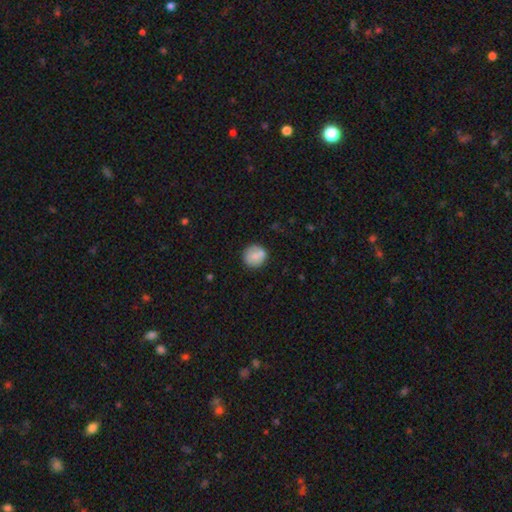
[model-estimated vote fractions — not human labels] Q: Smooth or featured?
A: smooth (79%); runner-up: featured or disk (14%)
Q: How rounded?
A: round (90%); runner-up: in between (9%)
Q: Merging?
A: none (77%); runner-up: minor disturbance (13%)